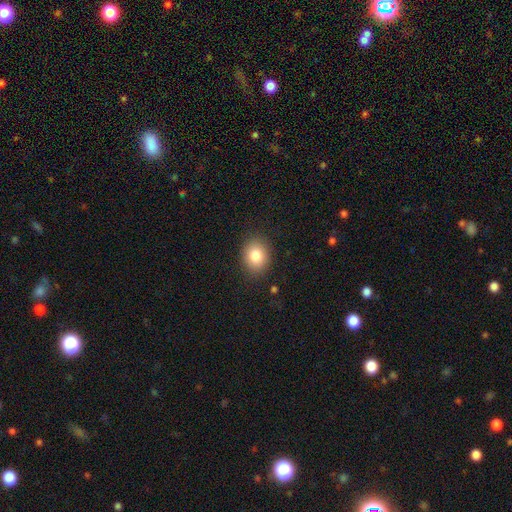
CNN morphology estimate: A smooth galaxy with no disk features (82%) that is round (58%).

Vote fractions:
- Smooth or featured? smooth: 82% / star or artifact: 10% / featured or disk: 8%
- How rounded? round: 58% / in between: 42% / cigar-shaped: 1%
- Merging? none: 87% / minor disturbance: 9% / major disturbance: 3% / merger: 1%